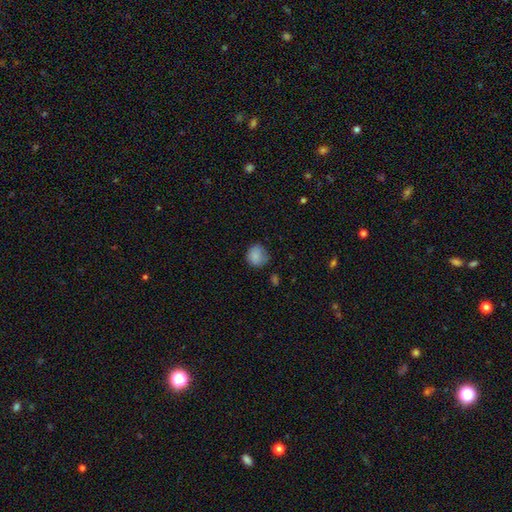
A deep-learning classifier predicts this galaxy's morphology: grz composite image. It shows a smooth galaxy with no disk features (83%) that is round (78%). Merging: none (63%).